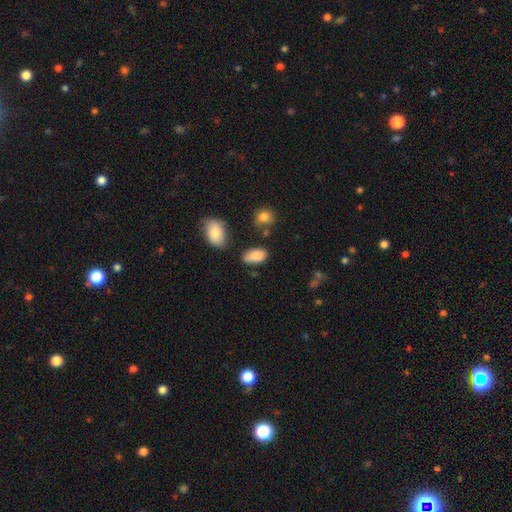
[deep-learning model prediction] Morphology: type=smooth (87%); roundness=in between (94%); merging=none (72%).